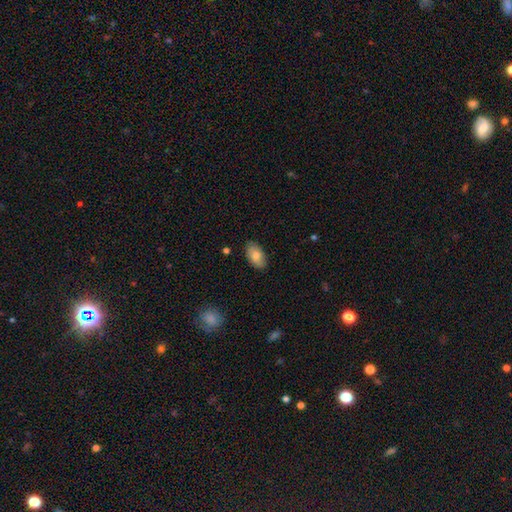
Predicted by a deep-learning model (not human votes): Morphology: type=smooth (79%); roundness=in between (94%); merging=none (84%).